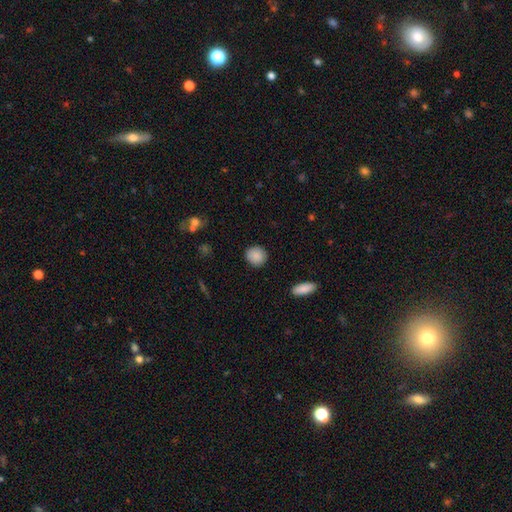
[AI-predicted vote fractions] Morphology: type=smooth (88%); roundness=round (89%); merging=none (90%).